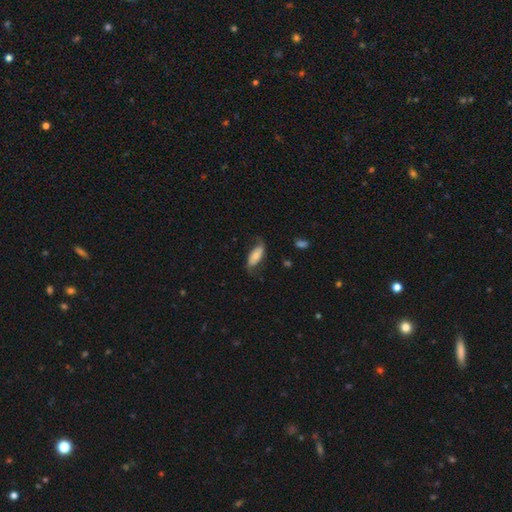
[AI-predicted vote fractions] This is possibly a smooth galaxy (57%). How rounded: clearly in between (80%). Merging: likely none (61%).